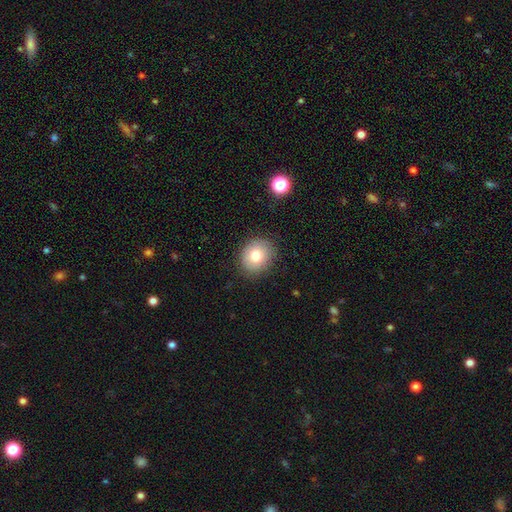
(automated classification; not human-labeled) Overall: smooth (78%). How rounded: round (66%; in between 34%). Merging: none (85%).